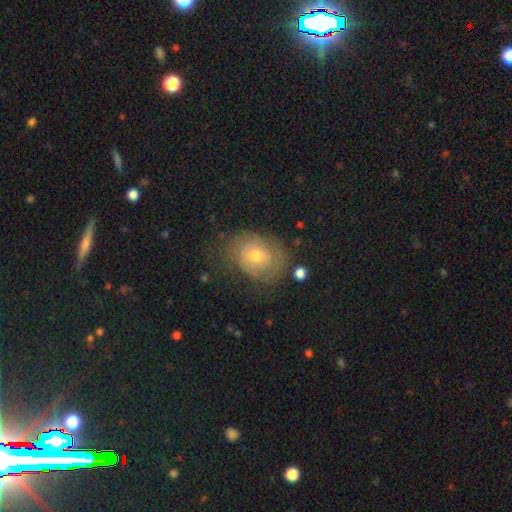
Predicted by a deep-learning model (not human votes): Overall: smooth (48%; featured or disk 42%). Merging: none (53%; minor disturbance 27%).